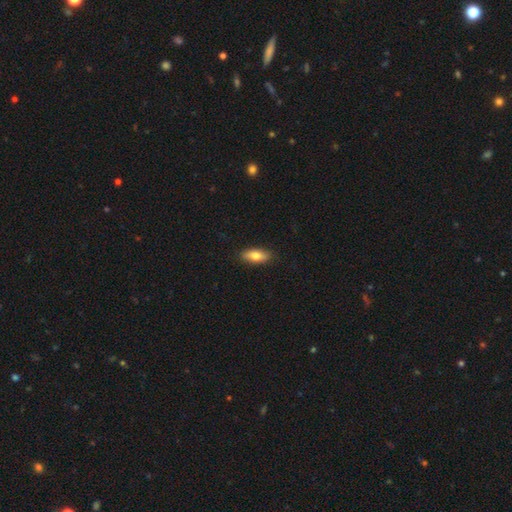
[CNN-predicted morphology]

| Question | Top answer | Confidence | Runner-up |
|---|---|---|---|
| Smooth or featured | smooth | 75% | featured or disk (19%) |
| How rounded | in between | 74% | cigar-shaped (23%) |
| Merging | none | 88% | minor disturbance (9%) |